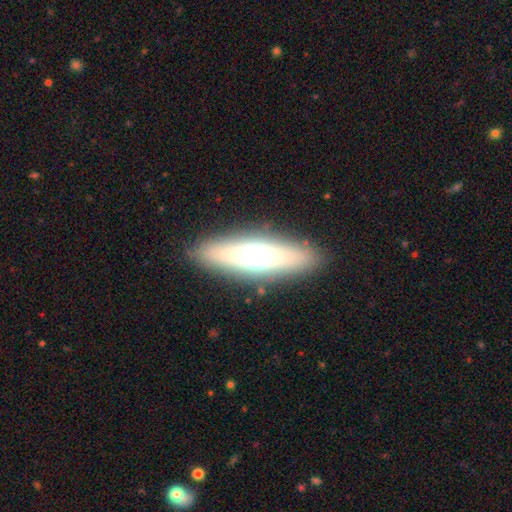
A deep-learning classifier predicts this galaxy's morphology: smooth 47%, featured or disk 43%, star or artifact 10%. Down the decision tree: merging — none (87%).